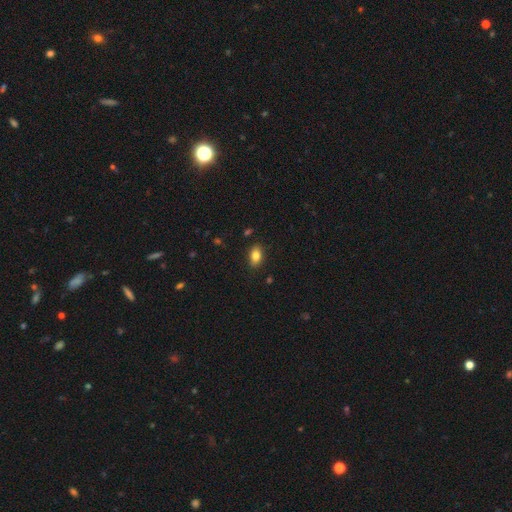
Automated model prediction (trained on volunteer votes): This is clearly a smooth galaxy (83%). How rounded: clearly in between (88%). Merging: clearly none (86%).